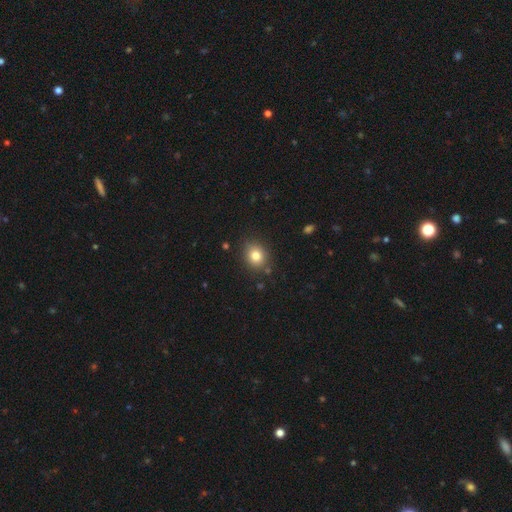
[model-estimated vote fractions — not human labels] Smooth or featured: smooth — 80% (star or artifact — 11%)
How rounded: round — 66% (in between — 33%)
Merging: none — 84% (minor disturbance — 11%)